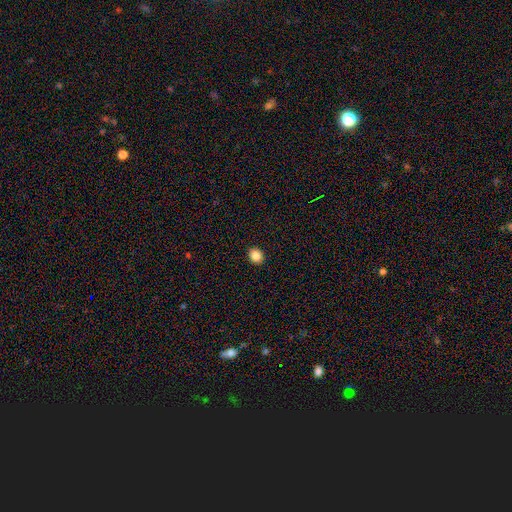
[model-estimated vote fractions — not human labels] Morphology: type=smooth (86%); roundness=round (71%); merging=none (92%).